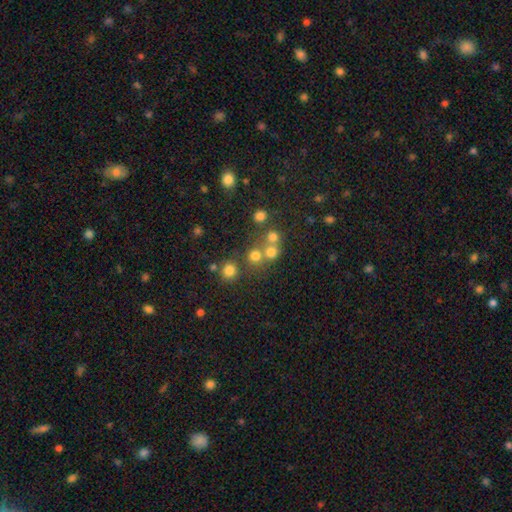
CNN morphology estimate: Smooth or featured: smooth — 68% (star or artifact — 21%)
How rounded: round — 89% (in between — 10%)
Merging: none — 59% (merger — 30%)